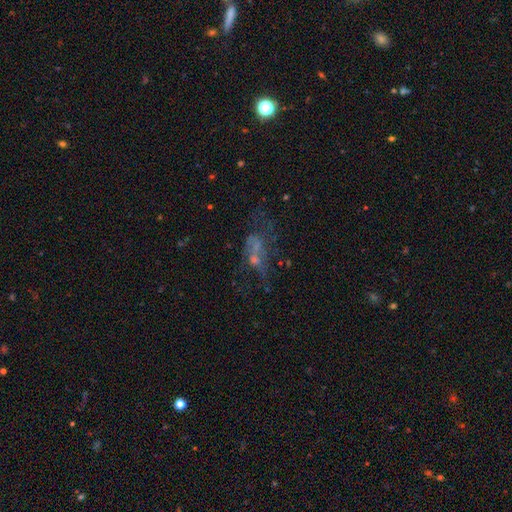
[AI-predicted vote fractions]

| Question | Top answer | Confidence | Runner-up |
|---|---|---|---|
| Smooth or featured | featured or disk | 52% | smooth (25%) |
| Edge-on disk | no | 92% | yes (8%) |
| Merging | major disturbance | 35% | none (34%) |